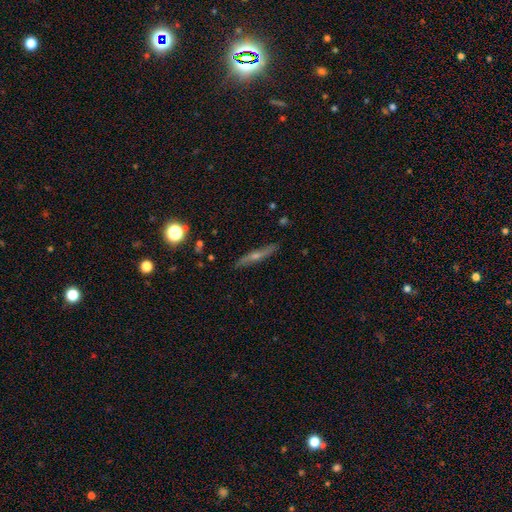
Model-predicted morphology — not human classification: type=featured or disk (66%); edge-on=yes (90%); edge-on bulge=rounded (83%); merging=none (86%).